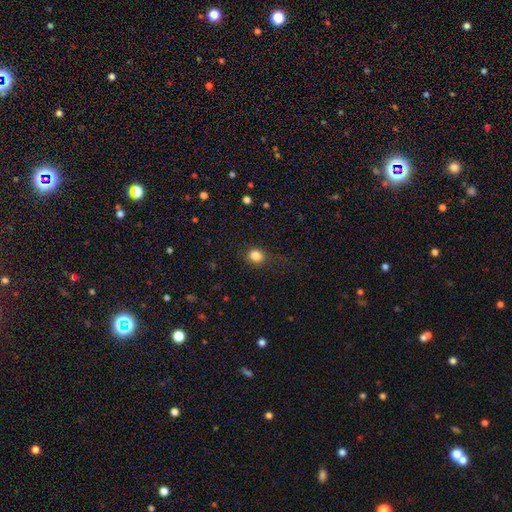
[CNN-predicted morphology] Smooth or featured: smooth — 83% (star or artifact — 12%)
How rounded: round — 78% (in between — 21%)
Merging: none — 82% (minor disturbance — 12%)